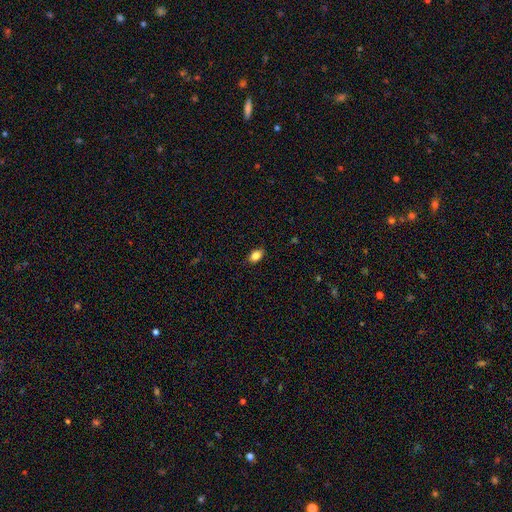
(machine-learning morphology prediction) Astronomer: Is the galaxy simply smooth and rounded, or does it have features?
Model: smooth — 84%.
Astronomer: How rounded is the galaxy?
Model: in between — 84%.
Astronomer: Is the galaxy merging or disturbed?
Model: none — 86%.